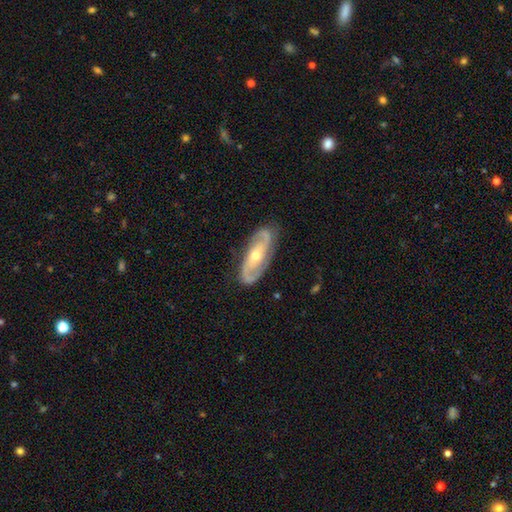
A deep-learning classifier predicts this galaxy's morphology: A featured or disk galaxy (87%) with no bar (51%), 2 (90%) medium (48%) spiral arms (96%) and a moderate central bulge (53%).

Vote fractions:
- Smooth or featured? featured or disk: 87% / smooth: 9% / star or artifact: 5%
- Edge-on disk? no: 93% / yes: 7%
- Bar? no: 51% / weak: 31% / strong: 17%
- Spiral arms? yes: 96% / no: 4%
- Spiral winding? medium: 48% / tight: 33% / loose: 19%
- Spiral arm count? 2: 90% / can't tell: 4% / 3: 2% / 1: 2% / 4: 1% / more than 4: 1%
- Bulge size? moderate: 53% / small: 43% / large: 2% / none: 1% / dominant: 1%
- Merging? none: 83% / minor disturbance: 12% / major disturbance: 4% / merger: 1%